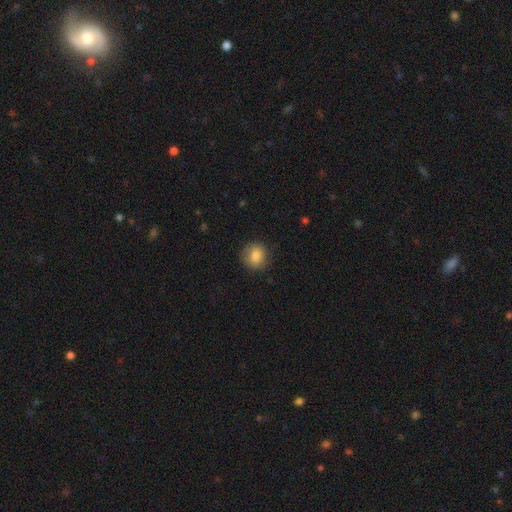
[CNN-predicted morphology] The model was most divided on "how rounded": round: 84%, in between: 15%, cigar-shaped: 1%. More confident: merging — none (83%); smooth or featured — smooth (83%).